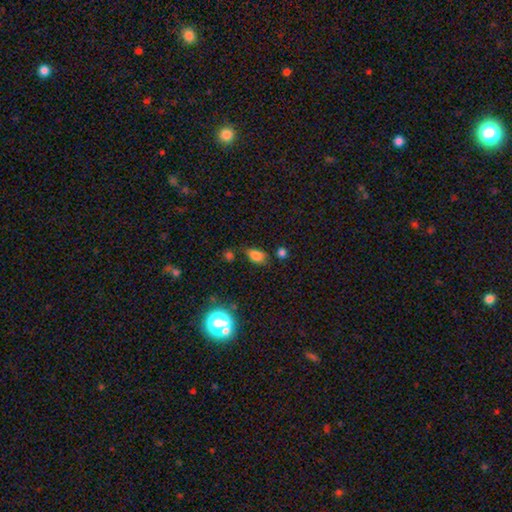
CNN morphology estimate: smooth_or_featured: smooth (p=0.78) [alt: star or artifact p=0.15]
how_rounded: in between (p=0.85) [alt: round p=0.12]
merging: none (p=0.63) [alt: minor disturbance p=0.24]